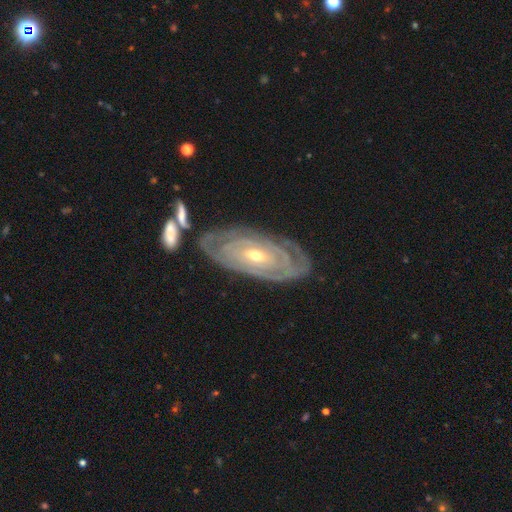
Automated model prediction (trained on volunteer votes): smooth-or-featured: featured or disk: 85% | smooth: 10% | star or artifact: 5%
  disk-edge-on: no: 91% | yes: 9%
    bar: no: 59% | weak: 29% | strong: 12%
    has-spiral-arms: yes: 88% | no: 12%
      spiral-winding: tight: 86% | medium: 11% | loose: 3%
      spiral-arm-count: can't tell: 57% | 2: 17% | 3: 9% | 4: 7% | more than 4: 6% | 1: 4%
    bulge-size: moderate: 51% | small: 45% | large: 2% | none: 1% | dominant: 1%
  merging: none: 75% | minor disturbance: 14% | merger: 5% | major disturbance: 5%